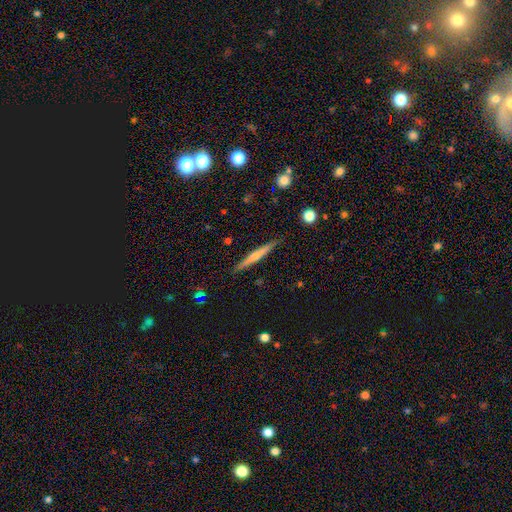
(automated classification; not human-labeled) This appears to be a smooth galaxy with no disk features (48%). Merging: none (89%).